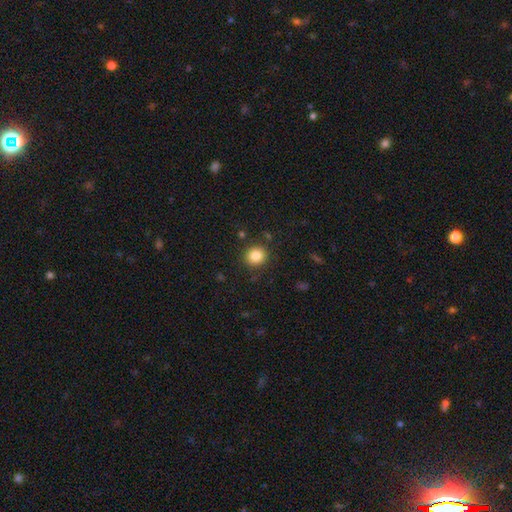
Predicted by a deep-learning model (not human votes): A smooth galaxy with no disk features (84%) that is round (85%). Merging: none (87%).